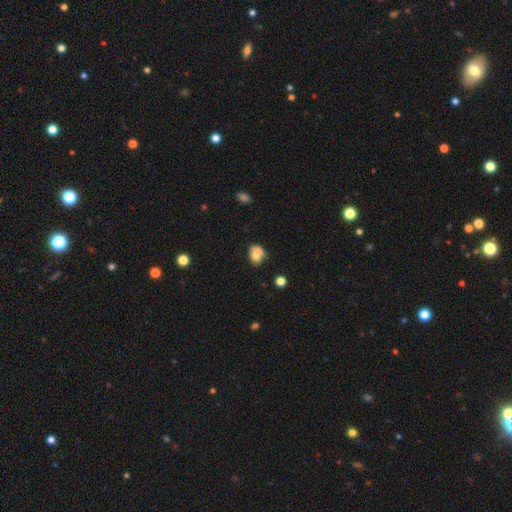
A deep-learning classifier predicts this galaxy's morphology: type=smooth (69%); roundness=in between (51%); merging=merger (40%).